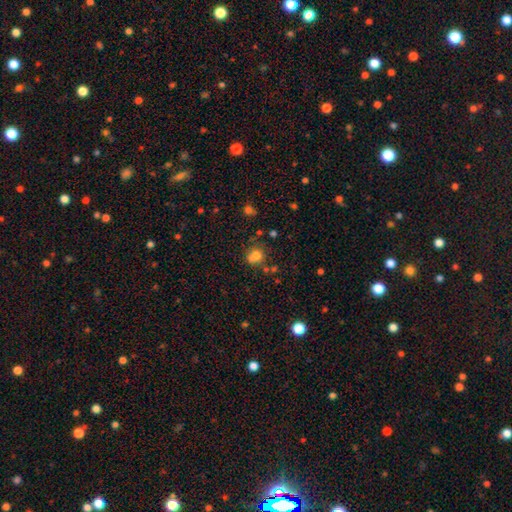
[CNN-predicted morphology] This is likely a smooth galaxy (74%). How rounded: likely round (69%). Merging: possibly none (50%).